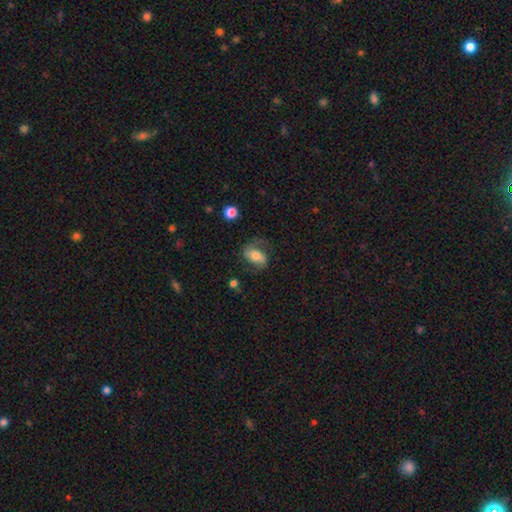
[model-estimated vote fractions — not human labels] This appears to be a featured or disk galaxy (46%, tied with smooth). Merging: none (62%).